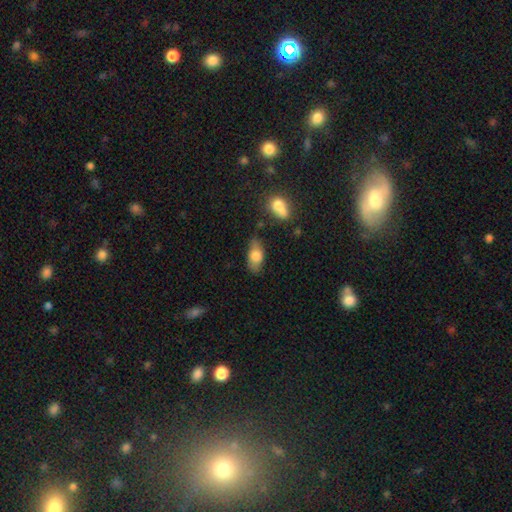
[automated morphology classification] Overall: smooth (75%). How rounded: in between (85%). Merging: none (71%).